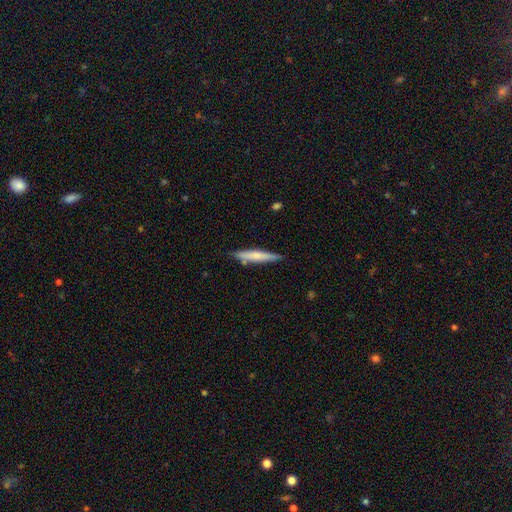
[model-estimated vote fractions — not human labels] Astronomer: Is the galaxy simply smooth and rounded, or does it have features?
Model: smooth — 61%.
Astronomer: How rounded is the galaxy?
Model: cigar-shaped — 92%.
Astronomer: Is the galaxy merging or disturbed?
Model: none — 83%.